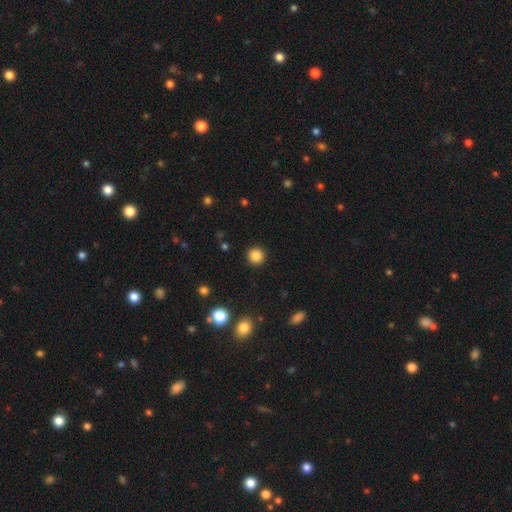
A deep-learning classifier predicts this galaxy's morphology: Smooth or featured? Predicted: smooth (p=0.85). How rounded? Predicted: round (p=0.94). Merging? Predicted: none (p=0.92).